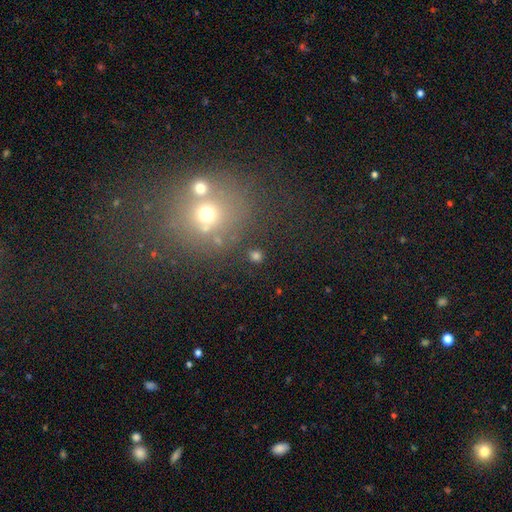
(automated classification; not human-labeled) smooth 73%, star or artifact 20%, featured or disk 8%. Down the decision tree: how rounded — round (81%); merging — none (82%).